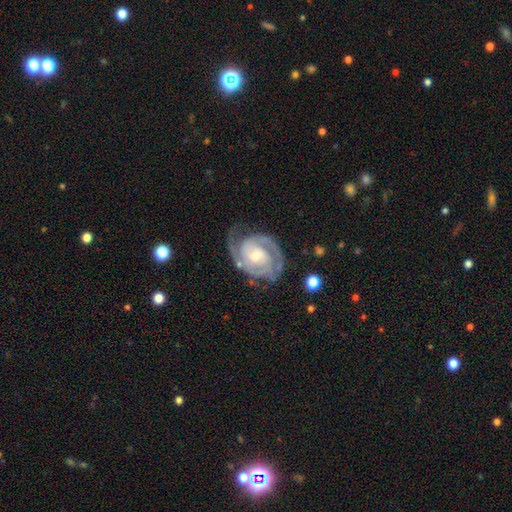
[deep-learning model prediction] Smooth or featured? featured or disk (90%)
Edge-on disk? no (97%)
Bar? no (54%)
Spiral arms? yes (97%)
Spiral winding? tight (63%)
Spiral arm count? 2 (68%)
Bulge size? small (51%)
Merging? none (67%)